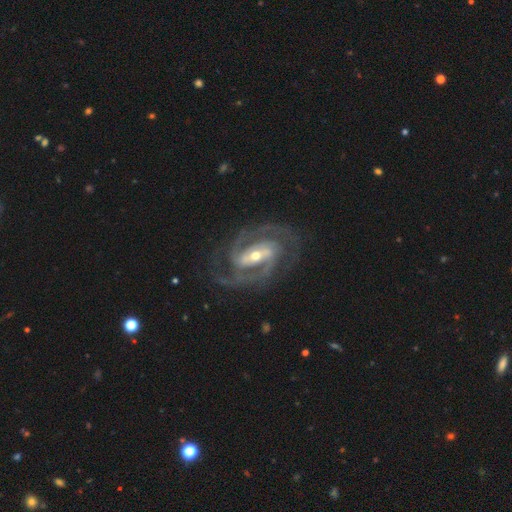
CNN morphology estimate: A featured or disk galaxy (93%) with a strong bar (55%), 2 (75%) medium (48%) spiral arms (98%) and a moderate central bulge (54%).

Vote fractions:
- Smooth or featured? featured or disk: 93% / star or artifact: 4% / smooth: 3%
- Edge-on disk? no: 97% / yes: 3%
- Bar? strong: 55% / weak: 30% / no: 15%
- Spiral arms? yes: 98% / no: 2%
- Spiral winding? medium: 48% / tight: 45% / loose: 7%
- Spiral arm count? 2: 75% / 3: 14% / can't tell: 4% / 4: 3% / 1: 2% / more than 4: 2%
- Bulge size? moderate: 54% / small: 40% / large: 4% / none: 1% / dominant: 1%
- Merging? none: 77% / minor disturbance: 14% / major disturbance: 7% / merger: 1%